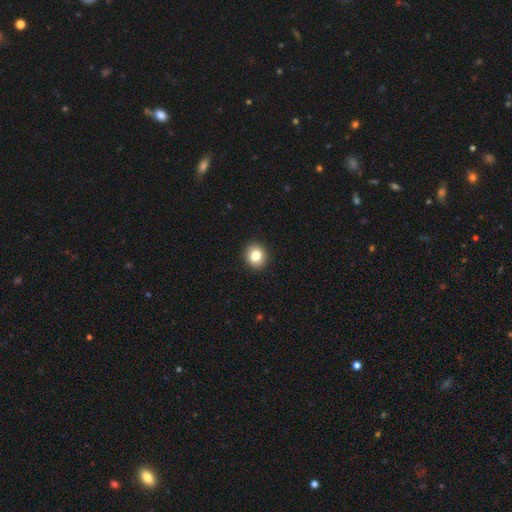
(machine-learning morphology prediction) smooth-or-featured: smooth: 82% | star or artifact: 9% | featured or disk: 9%
  how-rounded: round: 83% | in between: 16% | cigar-shaped: 1%
  merging: none: 92% | minor disturbance: 5% | major disturbance: 2% | merger: 1%